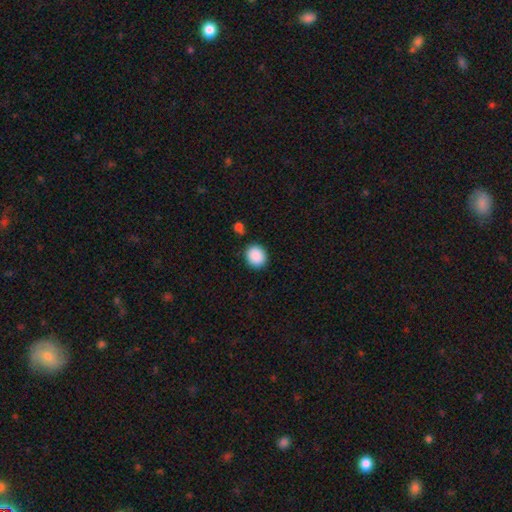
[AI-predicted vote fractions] This is clearly a smooth galaxy (90%). How rounded: likely round (63%). Merging: clearly none (86%).